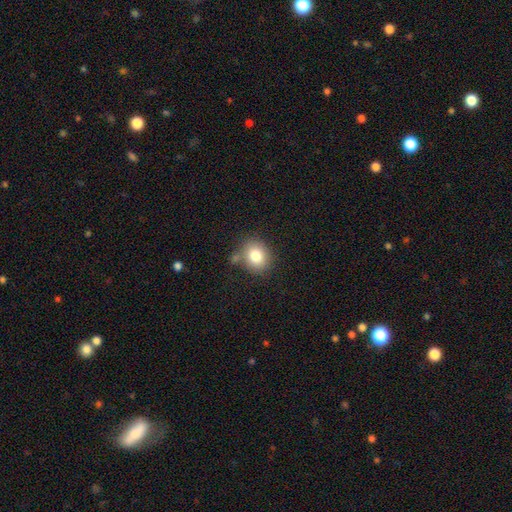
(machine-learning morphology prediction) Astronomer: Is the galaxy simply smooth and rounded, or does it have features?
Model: smooth — 80%.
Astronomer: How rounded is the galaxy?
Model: round — 62% (runner-up: in between, 37%).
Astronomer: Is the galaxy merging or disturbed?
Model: none — 71%.